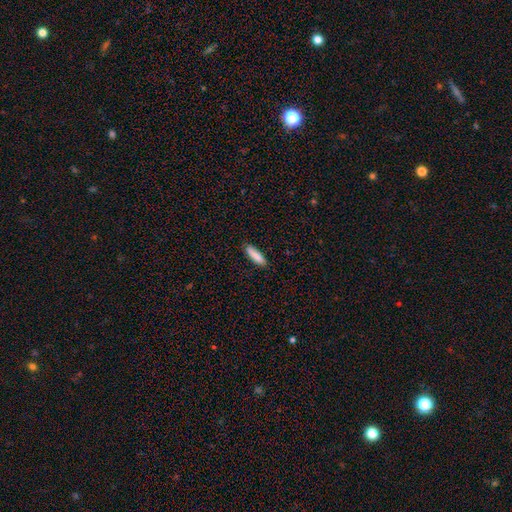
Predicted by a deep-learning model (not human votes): smooth_or_featured: smooth (p=0.87) [alt: featured or disk p=0.07]
how_rounded: cigar-shaped (p=0.70) [alt: in between p=0.29]
merging: none (p=0.87) [alt: minor disturbance p=0.10]